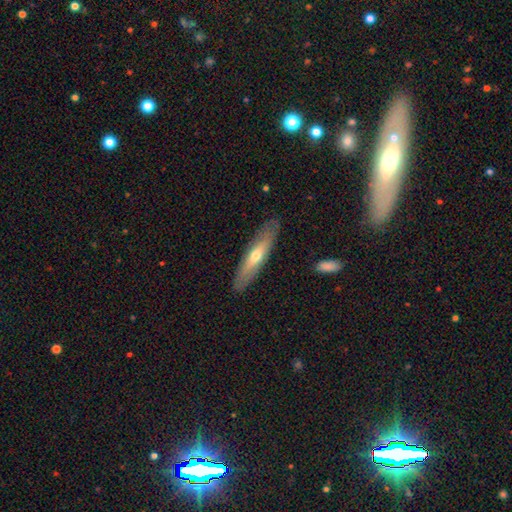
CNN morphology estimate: smooth_or_featured: featured or disk (p=0.48) [alt: smooth p=0.46]
merging: none (p=0.87) [alt: minor disturbance p=0.09]